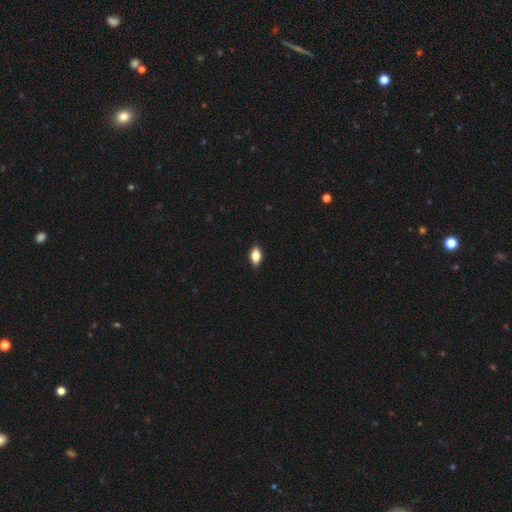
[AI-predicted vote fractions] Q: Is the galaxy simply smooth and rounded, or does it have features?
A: smooth — 78%.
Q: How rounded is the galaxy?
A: in between — 88%.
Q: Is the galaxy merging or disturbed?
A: none — 88%.